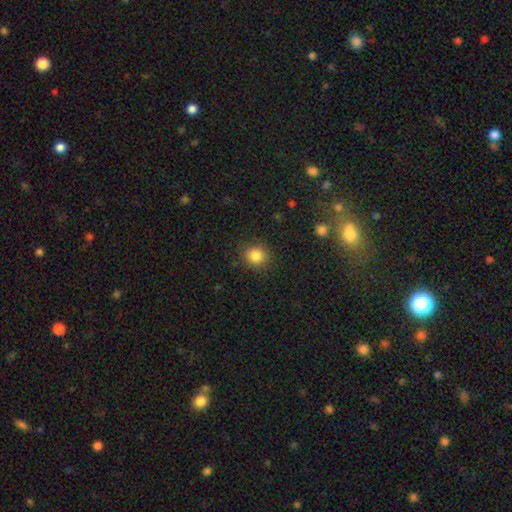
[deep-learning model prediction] Smooth or featured: smooth — 85% (star or artifact — 11%)
How rounded: round — 82% (in between — 17%)
Merging: none — 88% (minor disturbance — 8%)